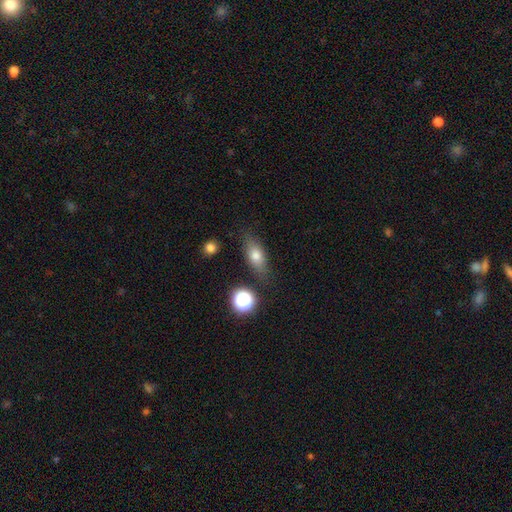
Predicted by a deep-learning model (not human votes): Q: Smooth or featured?
A: smooth (70%); runner-up: featured or disk (20%)
Q: How rounded?
A: in between (72%); runner-up: cigar-shaped (17%)
Q: Merging?
A: none (76%); runner-up: minor disturbance (16%)